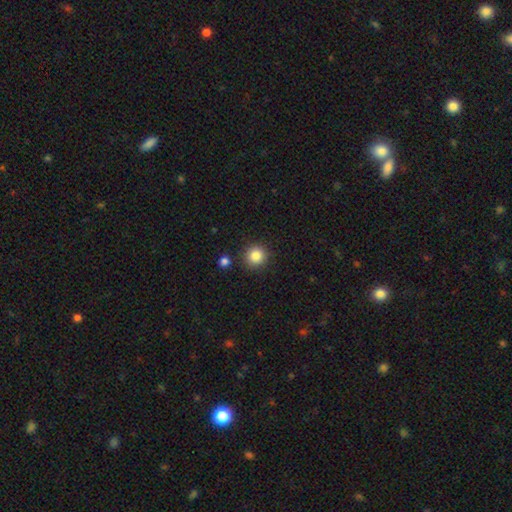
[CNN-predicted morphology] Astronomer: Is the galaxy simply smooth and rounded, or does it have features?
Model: smooth — 85%.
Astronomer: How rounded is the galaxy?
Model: round — 93%.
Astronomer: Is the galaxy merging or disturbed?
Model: none — 88%.